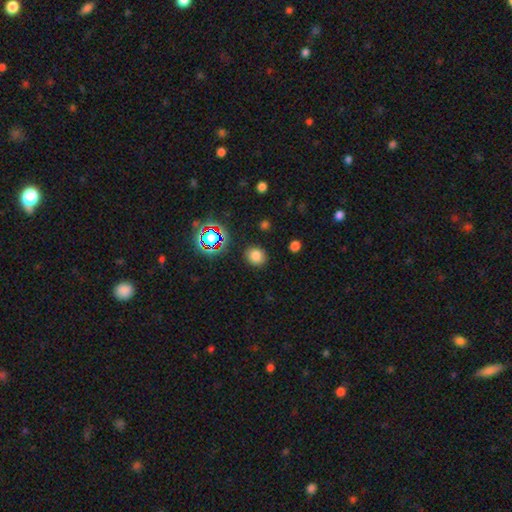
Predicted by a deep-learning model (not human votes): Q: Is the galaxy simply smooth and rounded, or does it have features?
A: smooth — 77%.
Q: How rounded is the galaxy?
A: round — 73%.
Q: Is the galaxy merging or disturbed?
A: none — 86%.